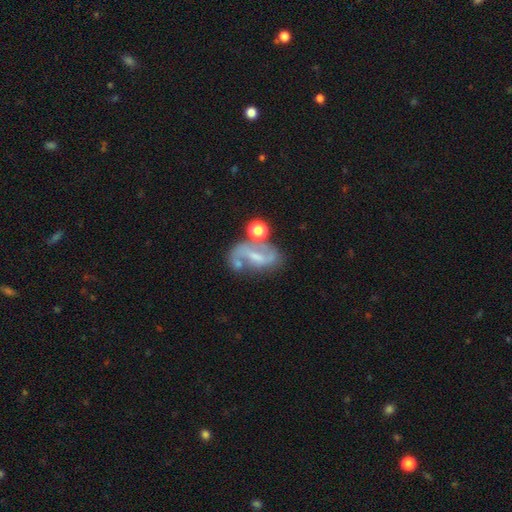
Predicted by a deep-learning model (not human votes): A featured or disk galaxy (70%) with a weak bar (40%, tied with strong), 2 (82%) loose (56%) spiral arms (81%) and a small central bulge (42%).

Vote fractions:
- Smooth or featured? featured or disk: 70% / smooth: 18% / star or artifact: 12%
- Edge-on disk? no: 95% / yes: 5%
- Bar? weak: 40% (tied) / strong: 40% (tied) / no: 20%
- Spiral arms? yes: 81% / no: 19%
- Spiral winding? loose: 56% / medium: 33% / tight: 11%
- Spiral arm count? 2: 82% / 1: 7% / can't tell: 7% / 3: 1% / 4: 1% / more than 4: 1%
- Bulge size? small: 42% / none: 27% / moderate: 26% / large: 4% / dominant: 2%
- Merging? none: 47% / minor disturbance: 19% / merger: 18% / major disturbance: 15%